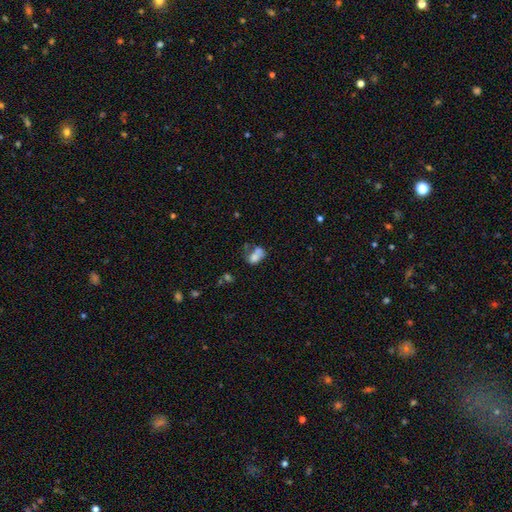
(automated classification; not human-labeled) A smooth galaxy with no disk features (71%) that is in between round and cigar-shaped (82%). Merging: merger (42%).